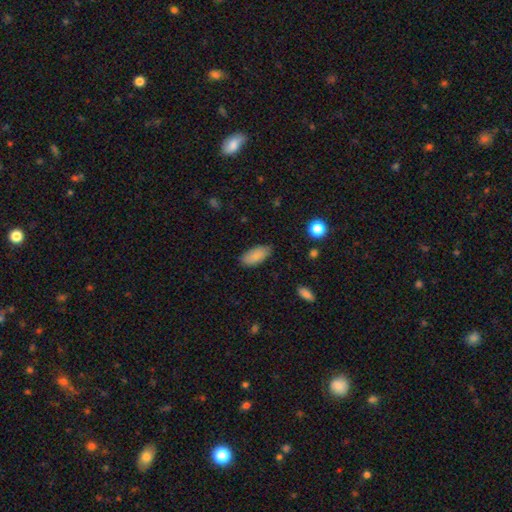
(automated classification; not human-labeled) Smooth or featured? Predicted: smooth (p=0.88). How rounded? Predicted: in between (p=0.88). Merging? Predicted: none (p=0.82).